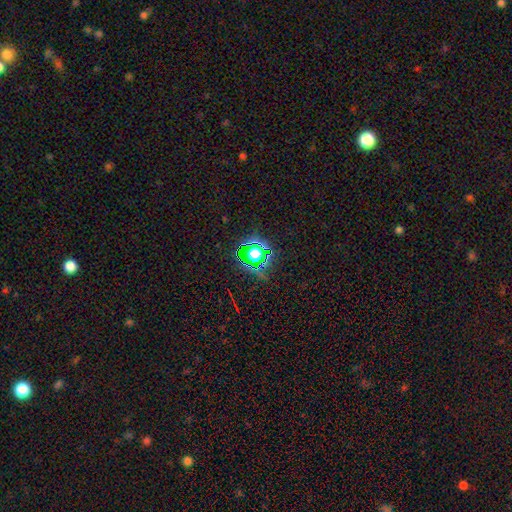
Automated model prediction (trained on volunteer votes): star or artifact 55%, smooth 33%, featured or disk 12%.